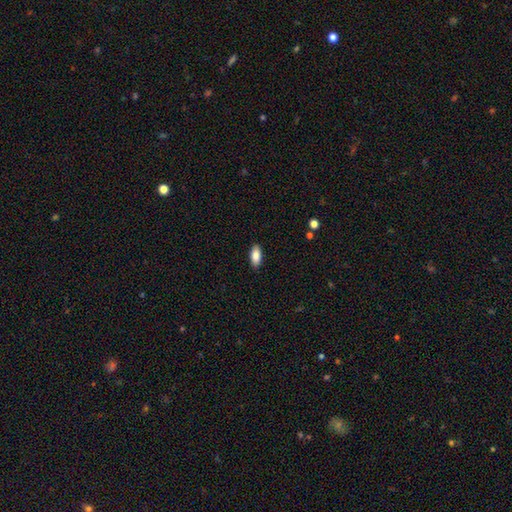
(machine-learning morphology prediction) type=smooth (85%); roundness=in between (87%); merging=none (89%).